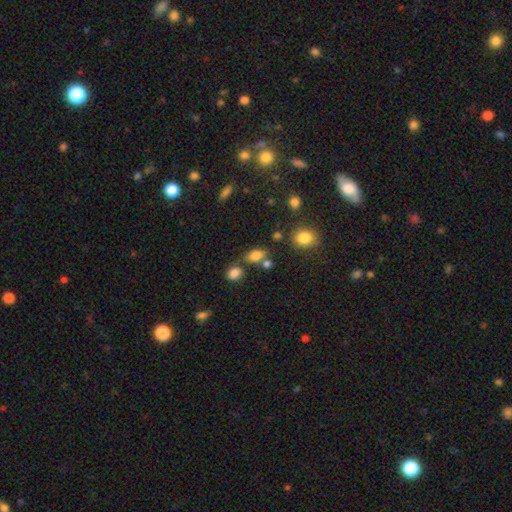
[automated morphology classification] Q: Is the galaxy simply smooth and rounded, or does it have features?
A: smooth — 80%.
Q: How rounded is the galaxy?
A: in between — 81%.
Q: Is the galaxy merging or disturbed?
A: none — 60%.